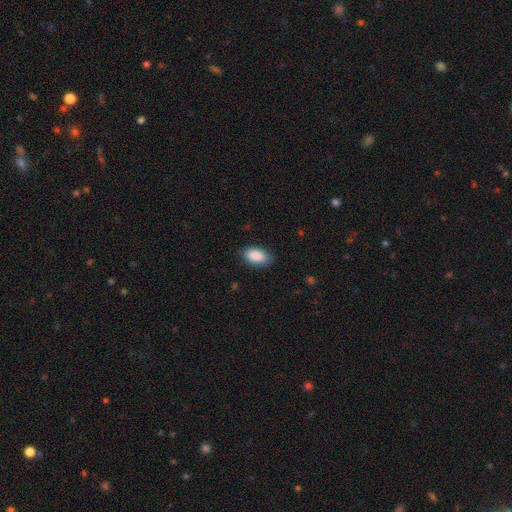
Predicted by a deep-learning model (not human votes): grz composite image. It shows a smooth galaxy with no disk features (88%) that is in between round and cigar-shaped (94%). Merging: none (85%).